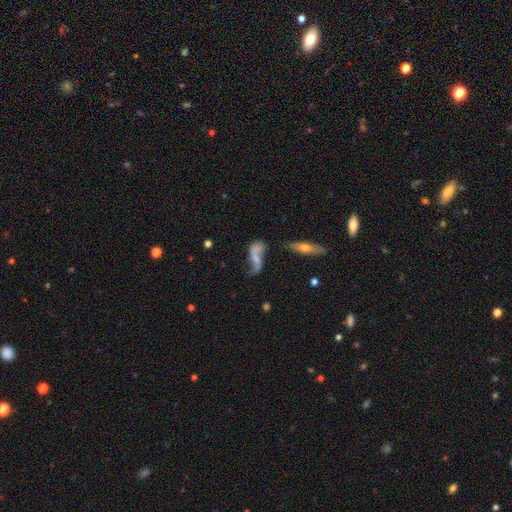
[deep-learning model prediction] smooth-or-featured: featured or disk: 70% | smooth: 22% | star or artifact: 8%
  disk-edge-on: no: 92% | yes: 8%
    bar: no: 51% | weak: 34% | strong: 15%
    has-spiral-arms: yes: 85% | no: 15%
      spiral-winding: loose: 89% | medium: 8% | tight: 3%
      spiral-arm-count: 2: 87% | 1: 7% | can't tell: 3% | 3: 1% | 4: 1% | more than 4: 1%
    bulge-size: none: 49% | small: 33% | moderate: 14% | large: 3% | dominant: 1%
  merging: none: 47% | minor disturbance: 21% | major disturbance: 17% | merger: 15%